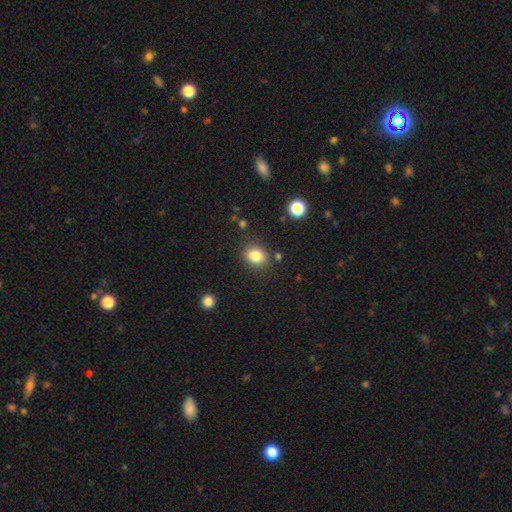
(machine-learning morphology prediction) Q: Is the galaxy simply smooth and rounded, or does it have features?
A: smooth — 83%.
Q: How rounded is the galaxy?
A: round — 57%.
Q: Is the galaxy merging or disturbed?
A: none — 84%.